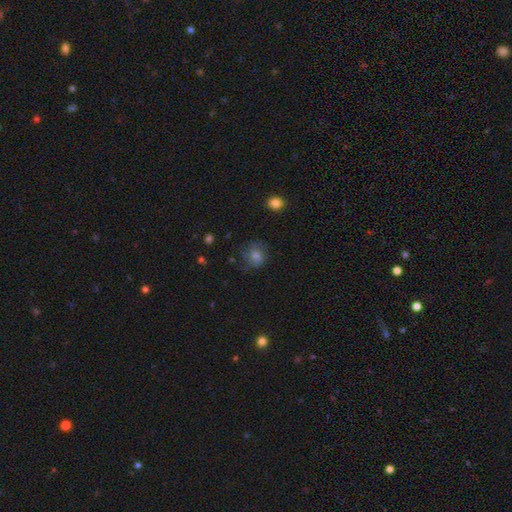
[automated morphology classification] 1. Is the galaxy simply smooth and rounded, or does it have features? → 62% smooth, 21% featured or disk, 17% star or artifact.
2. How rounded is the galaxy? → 76% round, 23% in between, 1% cigar-shaped.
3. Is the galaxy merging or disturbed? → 70% none, 20% minor disturbance, 9% major disturbance, 2% merger.